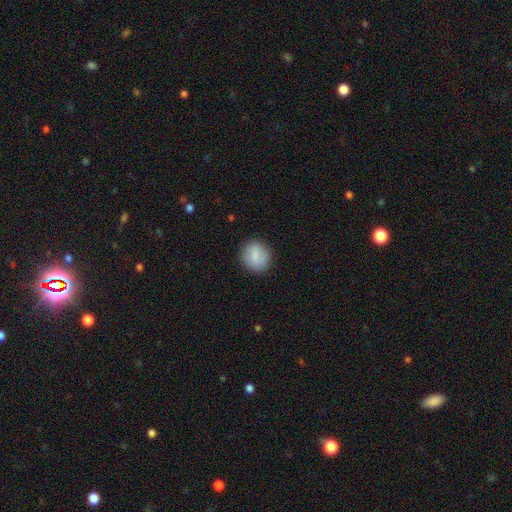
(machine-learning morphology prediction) Smooth or featured: smooth — 77% (featured or disk — 15%)
How rounded: round — 78% (in between — 21%)
Merging: none — 83% (minor disturbance — 12%)